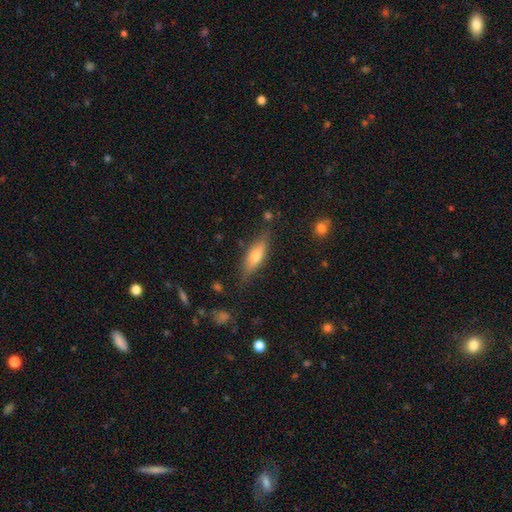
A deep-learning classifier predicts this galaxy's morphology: Overall: smooth (58%; featured or disk 35%). How rounded: cigar-shaped (49%; in between 48%). Merging: none (78%).